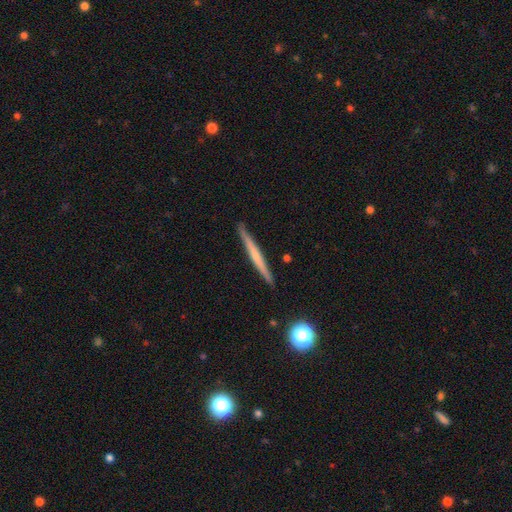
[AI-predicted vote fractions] A featured or disk galaxy (52%) viewed edge-on (97%) with no central bulge (65%).

Vote fractions:
- Smooth or featured? featured or disk: 52% / smooth: 42% / star or artifact: 6%
- Edge-on disk? yes: 97% / no: 3%
- Edge-on bulge? none: 65% / rounded: 27% / boxy: 8%
- Merging? none: 91% / minor disturbance: 6% / major disturbance: 1% / merger: 1%